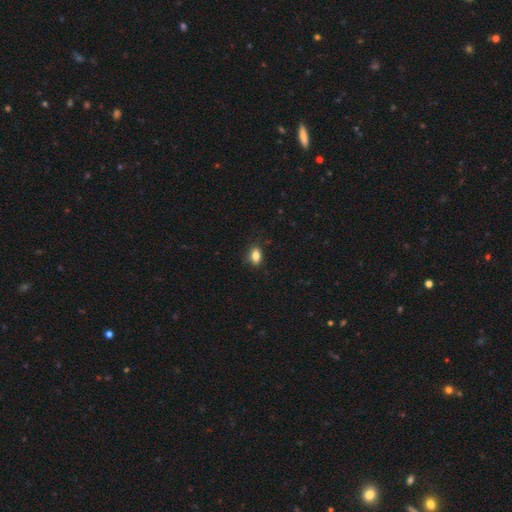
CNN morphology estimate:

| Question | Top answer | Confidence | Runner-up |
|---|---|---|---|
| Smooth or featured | smooth | 83% | star or artifact (9%) |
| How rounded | in between | 85% | round (10%) |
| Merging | none | 82% | minor disturbance (14%) |